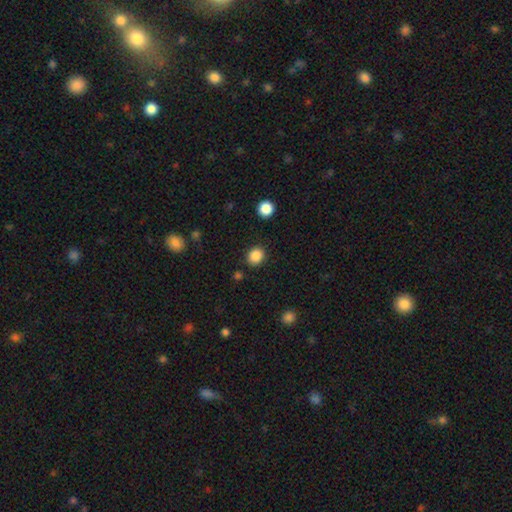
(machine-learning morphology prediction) Smooth or featured? smooth (87%)
How rounded? round (73%)
Merging? none (87%)